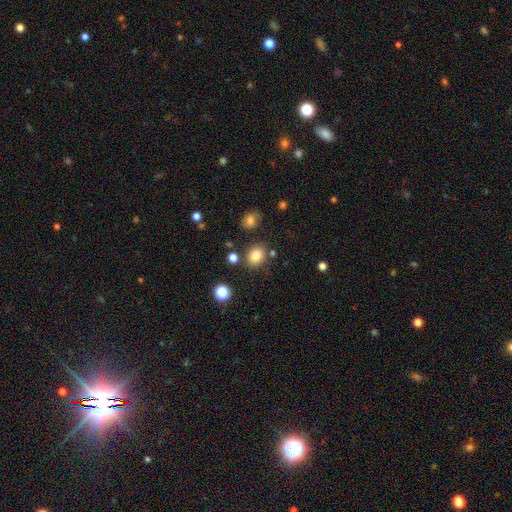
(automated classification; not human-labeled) This appears to be a smooth galaxy with no disk features (82%) that is round (55%). Merging: none (80%).